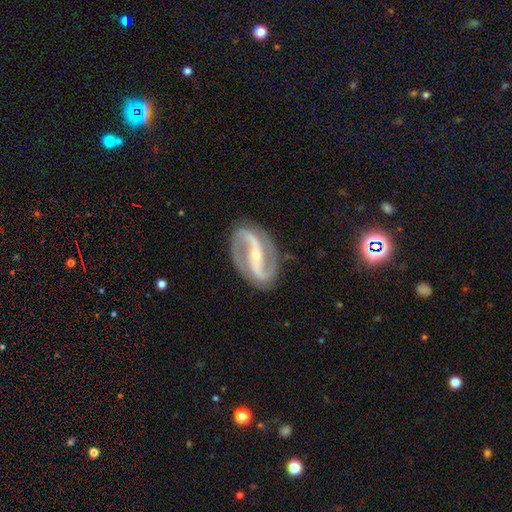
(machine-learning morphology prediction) A featured or disk galaxy (92%) with a strong bar (62%), 2 (94%) medium (46%) spiral arms (97%) and a small central bulge (72%).

Vote fractions:
- Smooth or featured? featured or disk: 92% / smooth: 4% / star or artifact: 4%
- Edge-on disk? no: 97% / yes: 3%
- Bar? strong: 62% / weak: 22% / no: 16%
- Spiral arms? yes: 97% / no: 3%
- Spiral winding? medium: 46% / loose: 34% / tight: 20%
- Spiral arm count? 2: 94% / can't tell: 2% / 1: 1% / 3: 1% / 4: 1% / more than 4: 1%
- Bulge size? small: 72% / moderate: 25% / none: 2% / large: 1% / dominant: 1%
- Merging? none: 85% / minor disturbance: 11% / major disturbance: 3% / merger: 1%